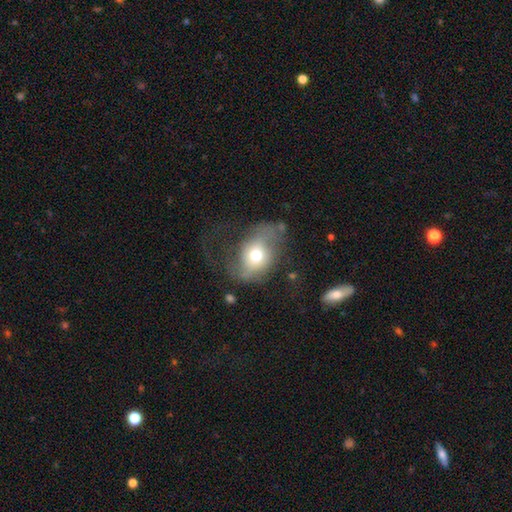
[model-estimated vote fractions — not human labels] A smooth galaxy with no disk features (58%) that is in between round and cigar-shaped (61%). Merging: major disturbance (40%).